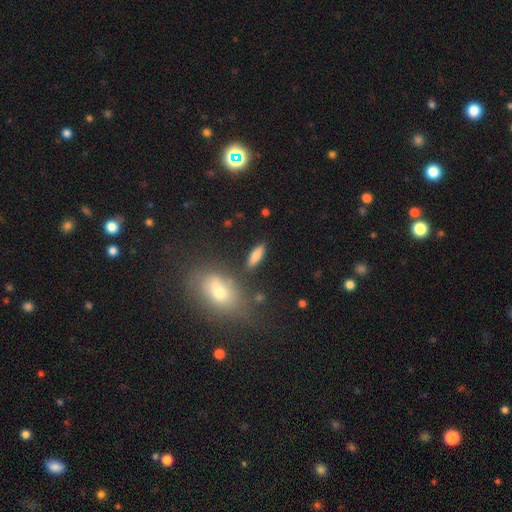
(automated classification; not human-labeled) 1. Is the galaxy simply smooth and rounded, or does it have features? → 78% smooth, 14% featured or disk, 8% star or artifact.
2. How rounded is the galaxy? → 51% cigar-shaped, 46% in between, 3% round.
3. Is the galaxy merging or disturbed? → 83% none, 10% minor disturbance, 4% merger, 3% major disturbance.